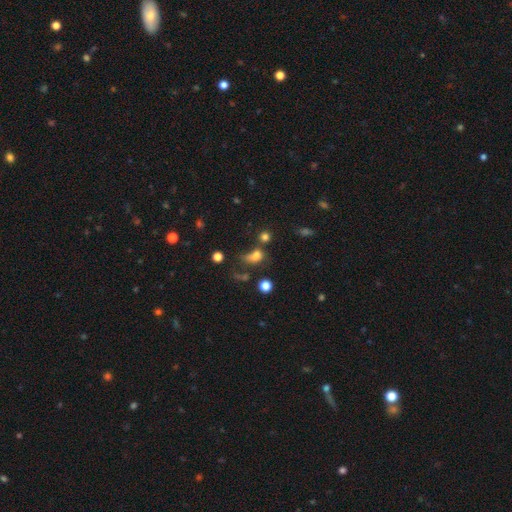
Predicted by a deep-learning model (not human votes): Overall: smooth (66%). How rounded: in between (58%; round 38%). Merging: none (31%; major disturbance 29%).